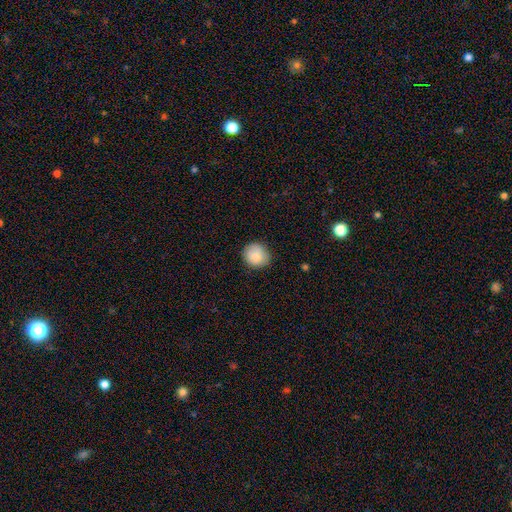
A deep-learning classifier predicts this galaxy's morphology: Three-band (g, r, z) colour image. It shows a smooth galaxy with no disk features (84%) that is round (86%). Merging: none (82%).